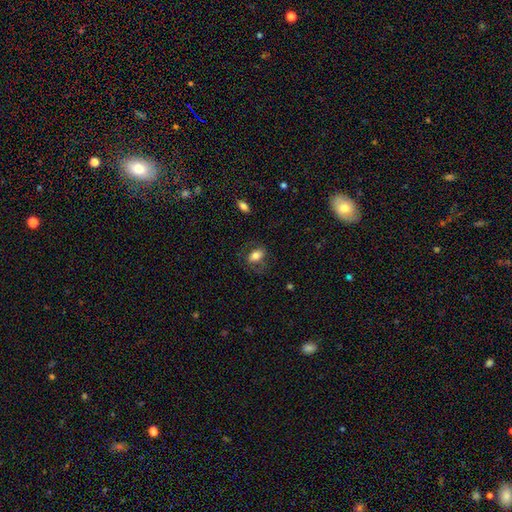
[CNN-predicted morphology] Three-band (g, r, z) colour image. It shows a smooth galaxy with no disk features (70%) that is in between round and cigar-shaped (84%). Merging: none (68%).